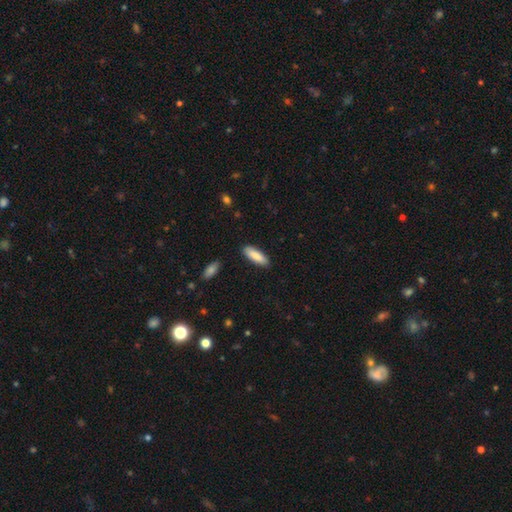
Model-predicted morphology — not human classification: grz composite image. It shows a smooth galaxy with no disk features (87%) that is in between round and cigar-shaped (55%). Merging: none (88%).